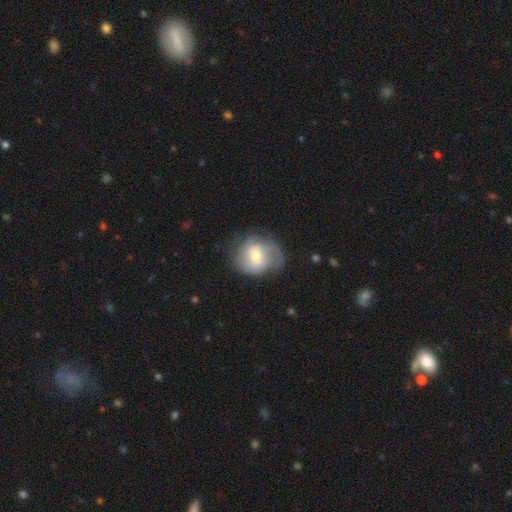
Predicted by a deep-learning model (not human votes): Smooth or featured? featured or disk (61%)
Edge-on disk? no (97%)
Bar? weak (51%)
Spiral arms? yes (83%)
Bulge size? moderate (65%)
Merging? none (59%)